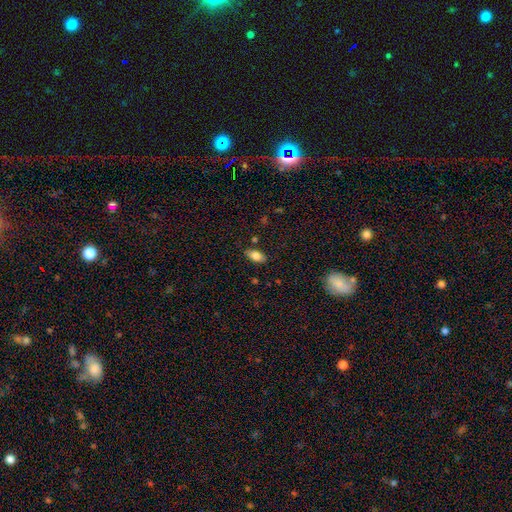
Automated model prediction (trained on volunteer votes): Morphology: type=smooth (81%); roundness=in between (90%); merging=none (81%).